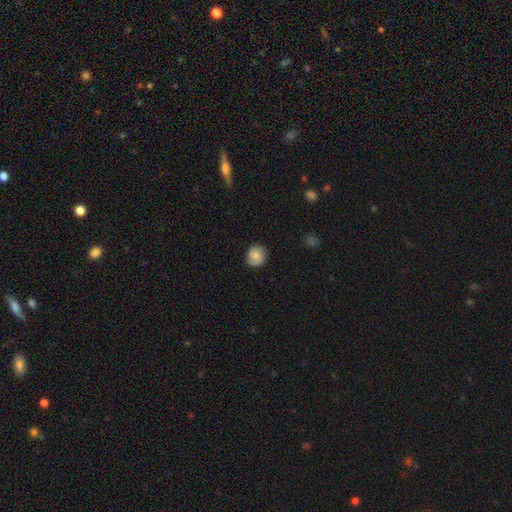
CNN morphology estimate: smooth-or-featured: smooth: 83% | featured or disk: 9% | star or artifact: 8%
  how-rounded: round: 82% | in between: 17% | cigar-shaped: 1%
  merging: none: 84% | minor disturbance: 12% | major disturbance: 3% | merger: 1%